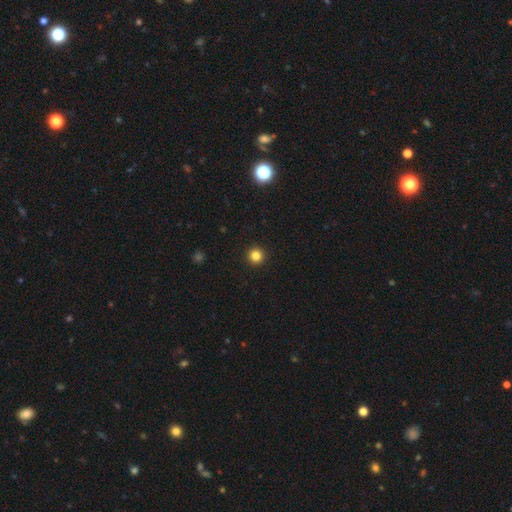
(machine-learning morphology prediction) Smooth or featured?
  - smooth: 83% *
  - star or artifact: 13%
  - featured or disk: 4%
How rounded?
  - round: 96% *
  - in between: 3%
  - cigar-shaped: 1%
Merging?
  - none: 94% *
  - minor disturbance: 4%
  - major disturbance: 1%
  - merger: 1%